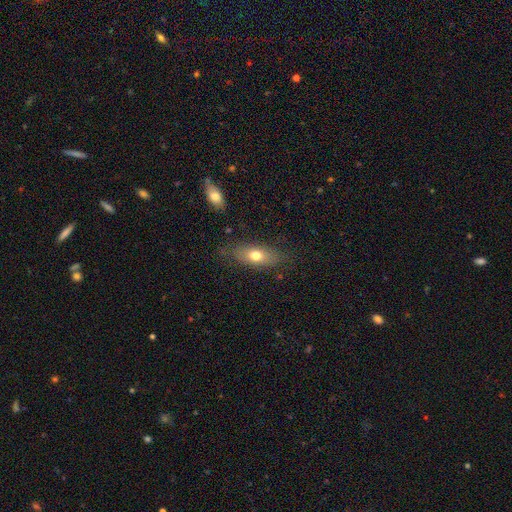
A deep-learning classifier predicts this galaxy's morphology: type=smooth (69%); roundness=in between (75%); merging=none (77%).